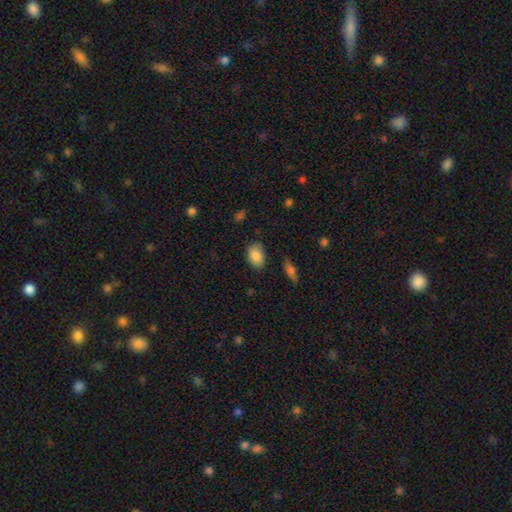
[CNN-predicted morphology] smooth_or_featured: smooth (p=0.86) [alt: star or artifact p=0.07]
how_rounded: in between (p=0.82) [alt: round p=0.16]
merging: none (p=0.81) [alt: minor disturbance p=0.14]